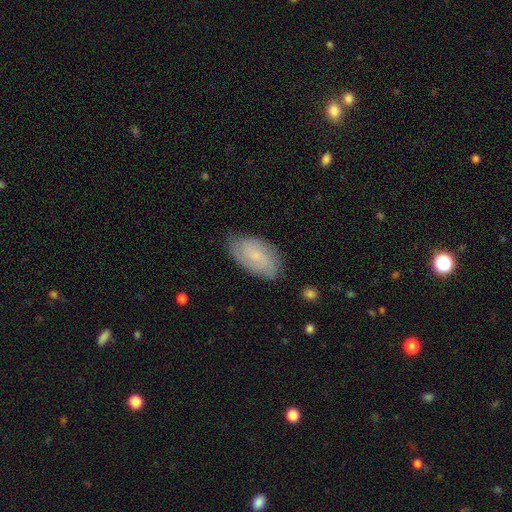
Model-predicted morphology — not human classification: This is likely a featured or disk galaxy (60%). It is clearly not viewed edge-on (95%). Bar: possibly no (47%). Spiral arm pattern: clearly yes (91%). Spiral arm count: possibly 2 (53%). Spiral winding: marginally tight (42%, tied with medium). Central bulge: likely small (66%). Merging: likely none (75%).